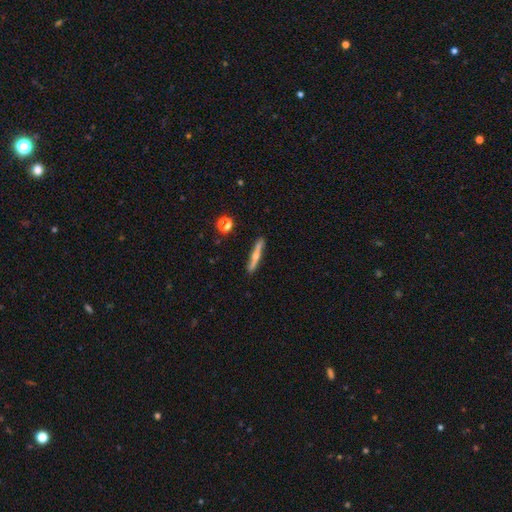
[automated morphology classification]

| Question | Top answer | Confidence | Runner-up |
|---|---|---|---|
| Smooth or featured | featured or disk | 60% | smooth (33%) |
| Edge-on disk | yes | 95% | no (5%) |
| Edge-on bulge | rounded | 87% | none (10%) |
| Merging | none | 86% | minor disturbance (10%) |